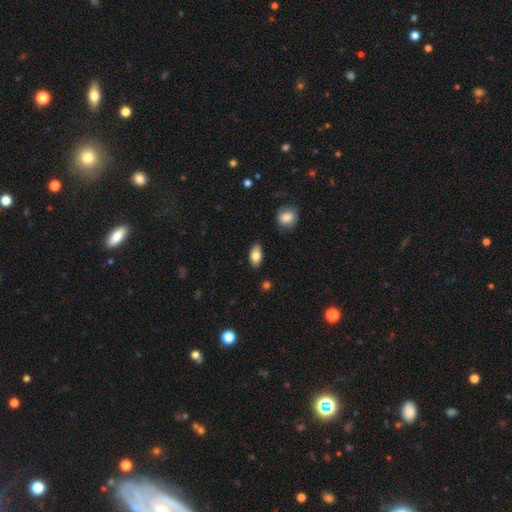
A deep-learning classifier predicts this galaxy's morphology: smooth-or-featured: smooth: 82% | featured or disk: 10% | star or artifact: 7%
  how-rounded: in between: 92% | round: 5% | cigar-shaped: 3%
  merging: none: 87% | minor disturbance: 10% | major disturbance: 2% | merger: 2%